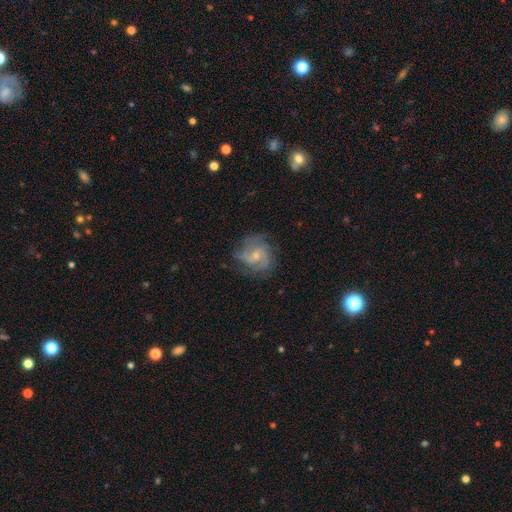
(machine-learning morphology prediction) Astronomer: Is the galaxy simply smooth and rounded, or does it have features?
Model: featured or disk — 82%.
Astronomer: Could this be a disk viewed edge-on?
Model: no — 98%.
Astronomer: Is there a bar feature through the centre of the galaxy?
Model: no — 54% (runner-up: weak, 40%).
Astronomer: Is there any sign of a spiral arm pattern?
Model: yes — 95%.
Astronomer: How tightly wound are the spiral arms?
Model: medium — 47% (runner-up: tight, 40%).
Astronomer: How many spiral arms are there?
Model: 2 — 38% (runner-up: 3, 29%).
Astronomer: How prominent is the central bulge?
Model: small — 59% (runner-up: moderate, 36%).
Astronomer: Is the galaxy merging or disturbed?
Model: none — 70%.